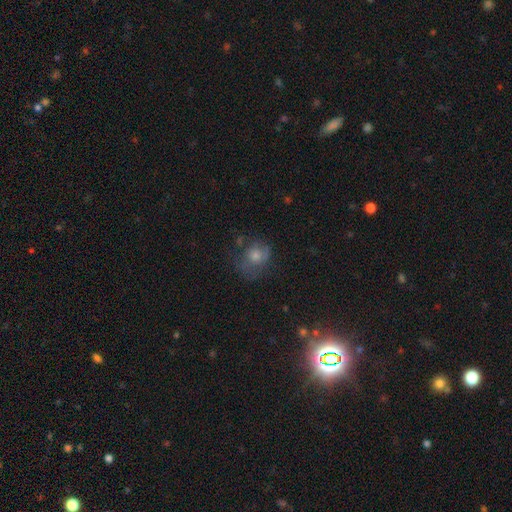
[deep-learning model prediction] Smooth or featured: smooth — 45% (featured or disk — 33%)
Merging: none — 55% (minor disturbance — 23%)